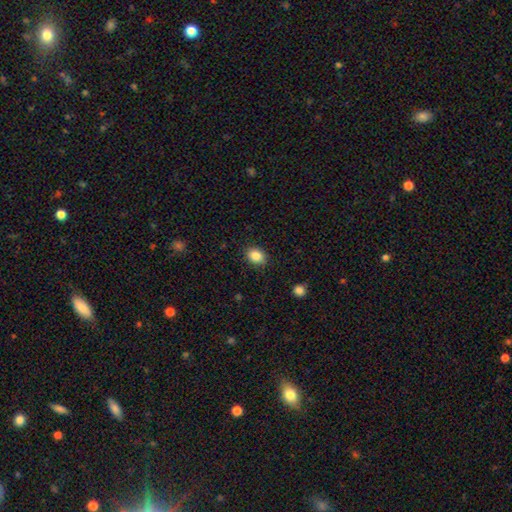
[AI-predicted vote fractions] Overall: smooth (86%). How rounded: in between (57%; round 42%). Merging: none (88%).